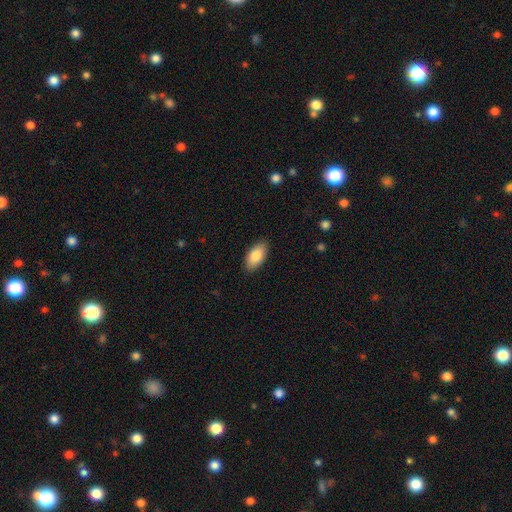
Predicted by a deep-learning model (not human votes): Smooth or featured? Predicted: smooth (p=0.84). How rounded? Predicted: in between (p=0.93). Merging? Predicted: none (p=0.88).